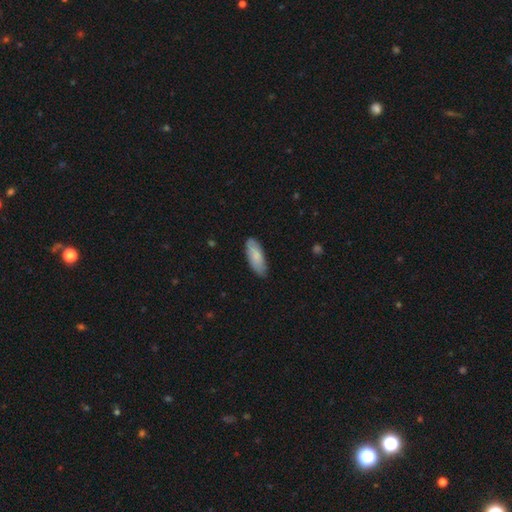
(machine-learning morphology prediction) A smooth galaxy with no disk features (77%) that is in between round and cigar-shaped (74%).

Vote fractions:
- Smooth or featured? smooth: 77% / featured or disk: 17% / star or artifact: 6%
- How rounded? in between: 74% / cigar-shaped: 25% / round: 2%
- Merging? none: 77% / minor disturbance: 19% / major disturbance: 3% / merger: 1%